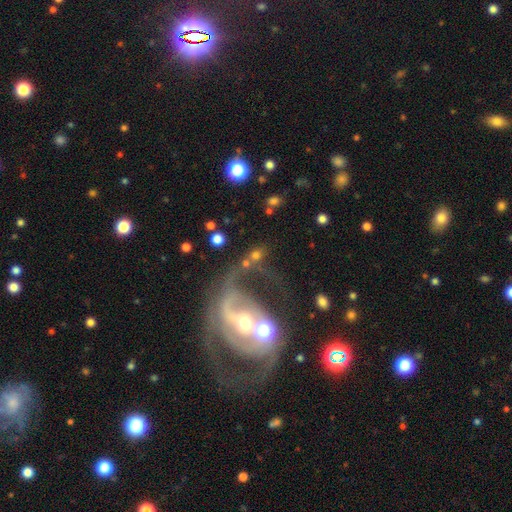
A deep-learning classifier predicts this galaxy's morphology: Smooth or featured: smooth — 44% (featured or disk — 38%)
Merging: none — 44% (merger — 23%)